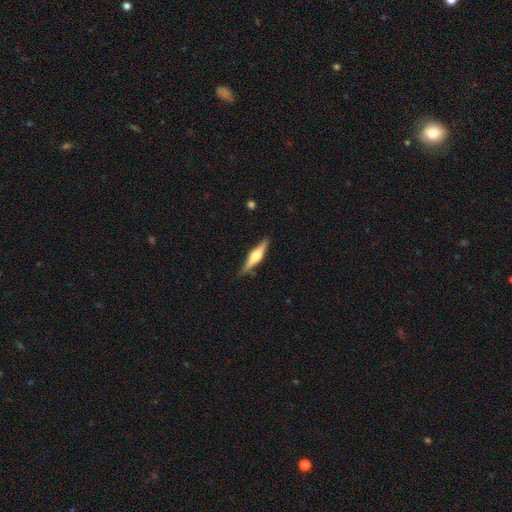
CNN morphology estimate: Smooth or featured: featured or disk — 67% (smooth — 28%)
Edge-on disk: yes — 97% (no — 3%)
Edge-on bulge: rounded — 90% (boxy — 8%)
Merging: none — 87% (minor disturbance — 10%)